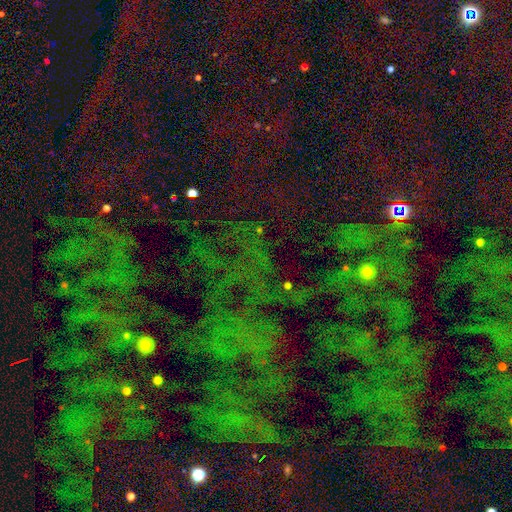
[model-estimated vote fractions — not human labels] A star or artifact, not a galaxy (79%).